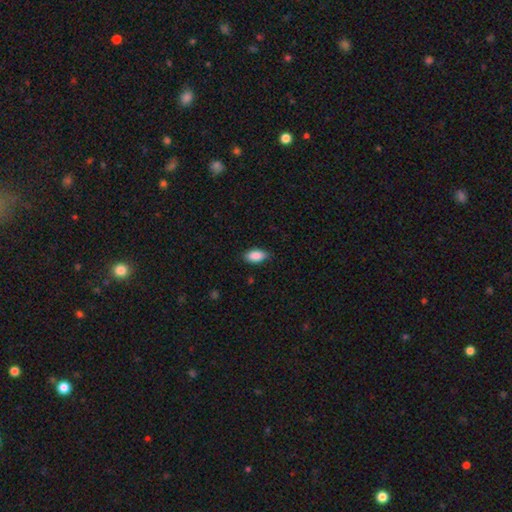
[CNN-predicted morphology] This appears to be a smooth galaxy with no disk features (88%) that is in between round and cigar-shaped (92%). Merging: none (84%).